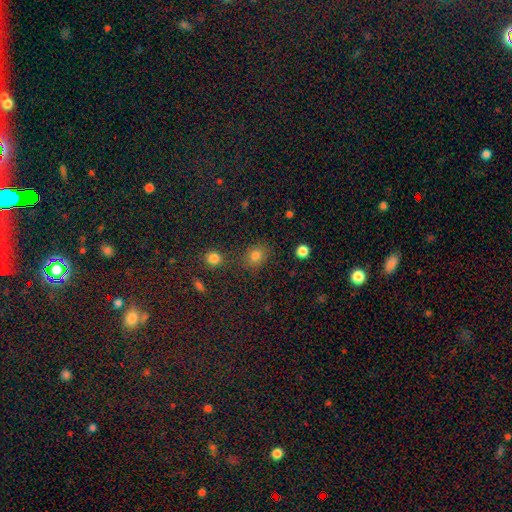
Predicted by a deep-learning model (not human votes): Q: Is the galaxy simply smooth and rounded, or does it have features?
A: smooth — 79%.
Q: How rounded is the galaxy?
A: round — 61%.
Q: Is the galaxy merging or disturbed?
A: none — 78%.